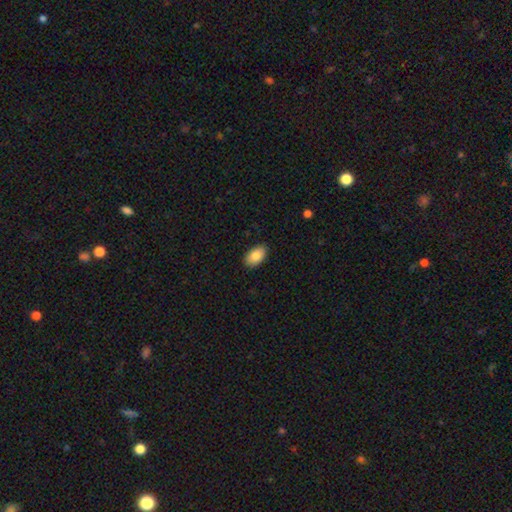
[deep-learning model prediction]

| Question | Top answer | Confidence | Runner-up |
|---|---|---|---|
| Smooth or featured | smooth | 86% | featured or disk (8%) |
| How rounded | in between | 94% | round (5%) |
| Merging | none | 88% | minor disturbance (9%) |